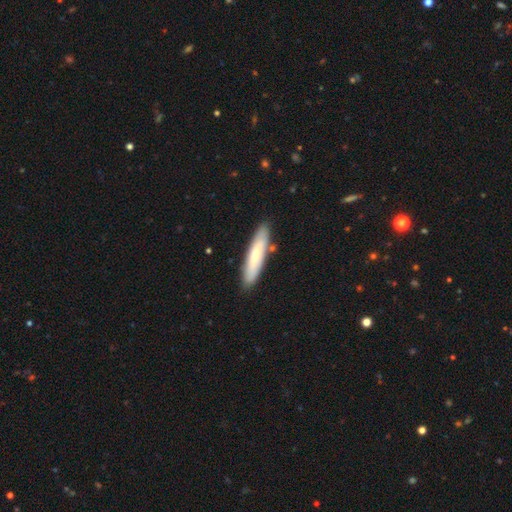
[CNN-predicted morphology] Smooth or featured? smooth (66%)
How rounded? cigar-shaped (83%)
Merging? none (85%)